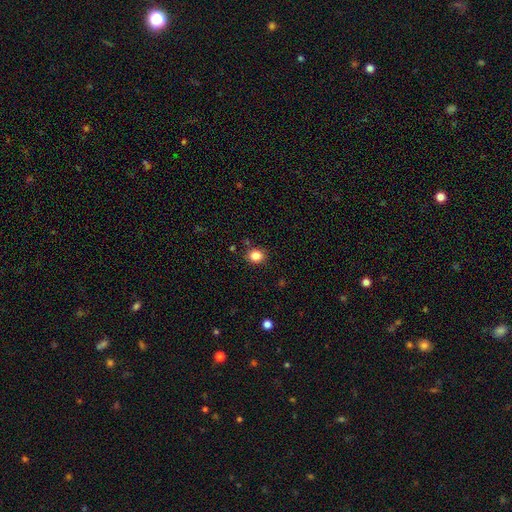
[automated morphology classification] smooth 84%, star or artifact 11%, featured or disk 5%. Down the decision tree: how rounded — round (69%); merging — none (85%).